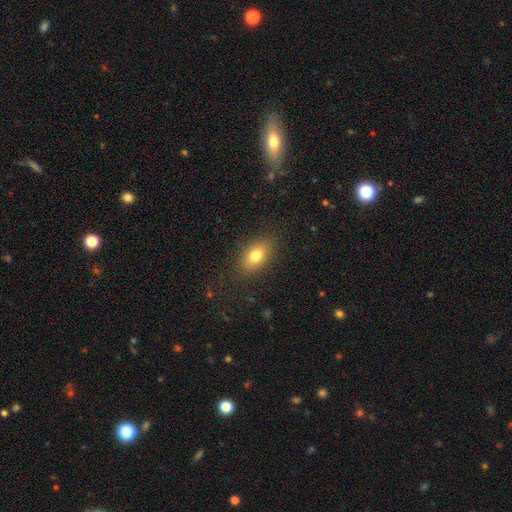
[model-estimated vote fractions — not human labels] Smooth or featured?
  - smooth: 78% *
  - featured or disk: 12%
  - star or artifact: 10%
How rounded?
  - in between: 83% *
  - round: 14%
  - cigar-shaped: 3%
Merging?
  - none: 85% *
  - minor disturbance: 10%
  - major disturbance: 4%
  - merger: 1%